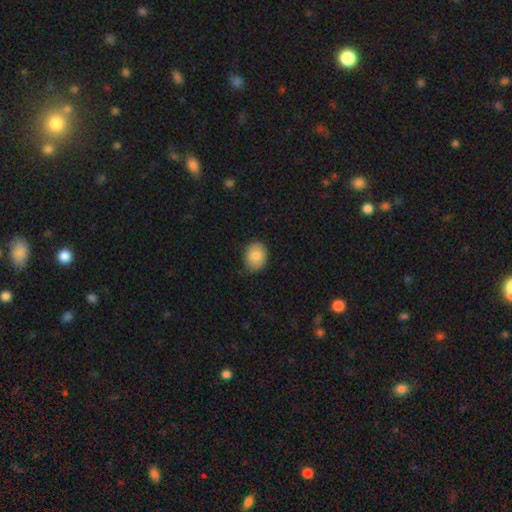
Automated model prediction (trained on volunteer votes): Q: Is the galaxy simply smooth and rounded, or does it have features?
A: smooth — 83%.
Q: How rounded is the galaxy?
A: in between — 56%.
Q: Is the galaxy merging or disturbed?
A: none — 78%.